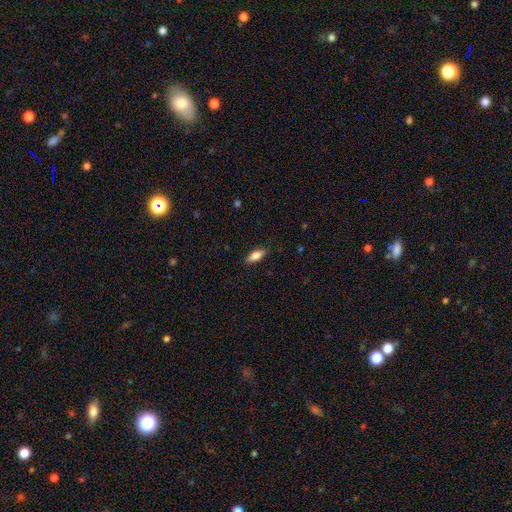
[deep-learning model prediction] Smooth or featured? Predicted: smooth (p=0.82). How rounded? Predicted: in between (p=0.78). Merging? Predicted: none (p=0.86).